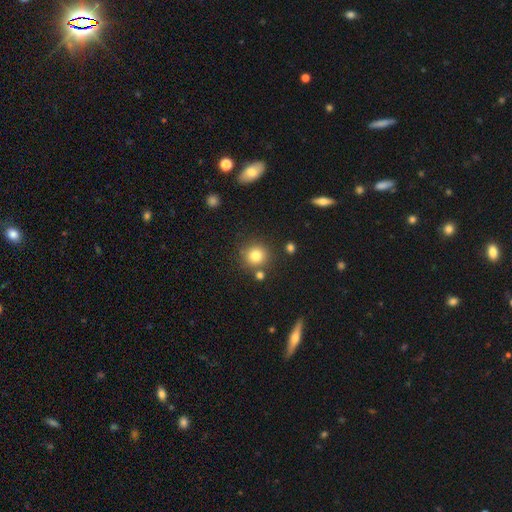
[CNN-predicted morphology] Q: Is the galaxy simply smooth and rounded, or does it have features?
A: smooth — 80%.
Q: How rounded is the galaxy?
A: round — 91%.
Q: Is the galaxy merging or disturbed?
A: none — 79%.